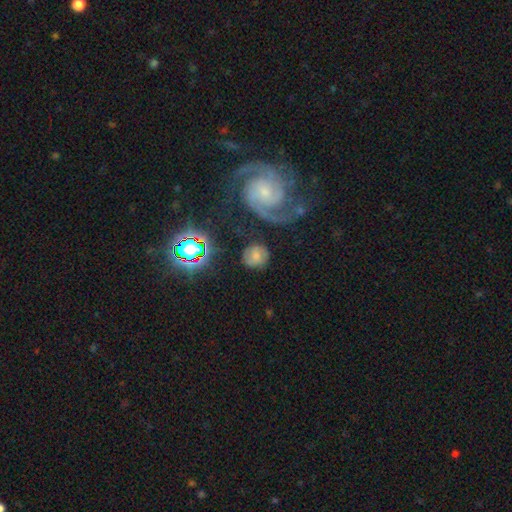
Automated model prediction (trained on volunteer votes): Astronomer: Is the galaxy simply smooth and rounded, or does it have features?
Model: smooth — 52% (runner-up: featured or disk, 35%).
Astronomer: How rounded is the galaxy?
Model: round — 84%.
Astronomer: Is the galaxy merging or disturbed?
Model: none — 74%.